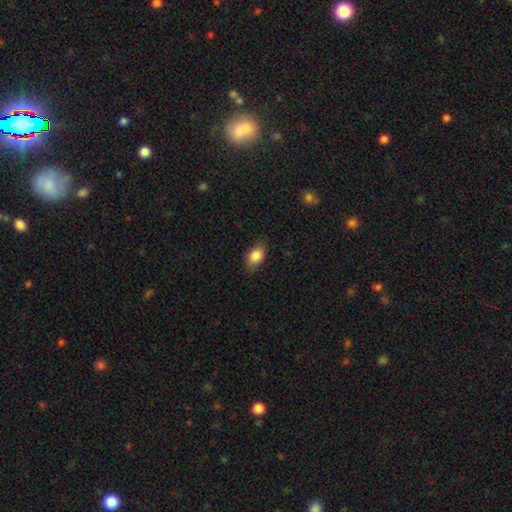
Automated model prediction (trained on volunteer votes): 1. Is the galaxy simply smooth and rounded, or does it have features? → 85% smooth, 8% star or artifact, 7% featured or disk.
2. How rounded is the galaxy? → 85% in between, 13% round, 2% cigar-shaped.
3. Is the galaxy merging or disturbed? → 78% none, 17% minor disturbance, 4% major disturbance, 1% merger.